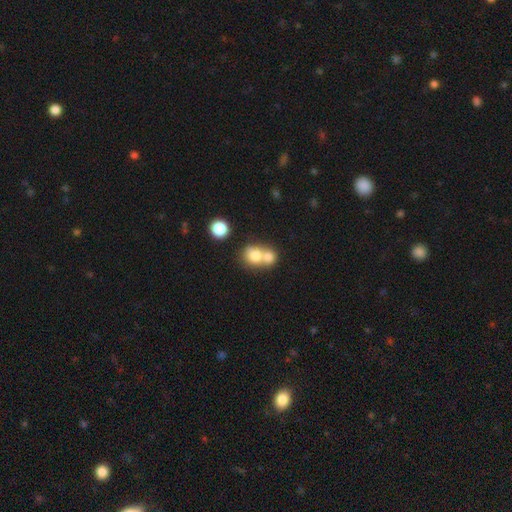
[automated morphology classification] smooth 76%, featured or disk 14%, star or artifact 10%. Down the decision tree: how rounded — round (72%); merging — merger (65%).